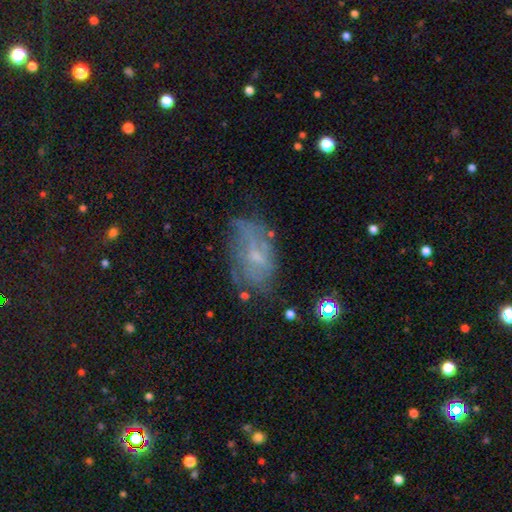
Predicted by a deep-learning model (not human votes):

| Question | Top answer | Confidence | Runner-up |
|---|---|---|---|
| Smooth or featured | featured or disk | 56% | smooth (33%) |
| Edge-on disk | no | 94% | yes (6%) |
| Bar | no | 55% | weak (38%) |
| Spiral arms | yes | 51% | no (49%) |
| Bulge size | small | 52% | moderate (26%) |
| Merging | none | 50% | minor disturbance (28%) |